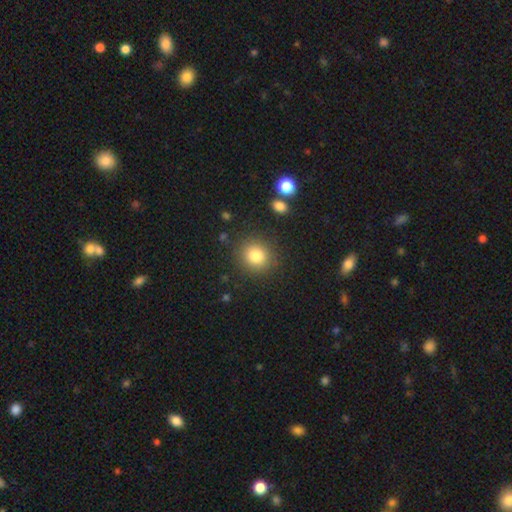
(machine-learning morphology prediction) Q: Smooth or featured?
A: smooth (83%); runner-up: star or artifact (10%)
Q: How rounded?
A: round (83%); runner-up: in between (16%)
Q: Merging?
A: none (87%); runner-up: minor disturbance (8%)